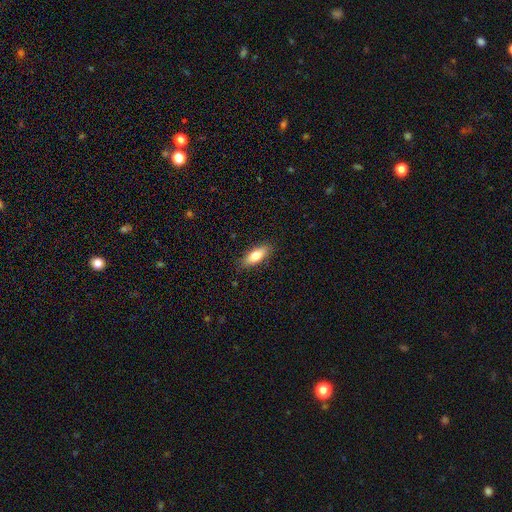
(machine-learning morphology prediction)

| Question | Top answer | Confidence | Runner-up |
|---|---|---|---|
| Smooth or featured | smooth | 75% | featured or disk (19%) |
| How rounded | in between | 72% | cigar-shaped (25%) |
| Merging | none | 86% | minor disturbance (10%) |